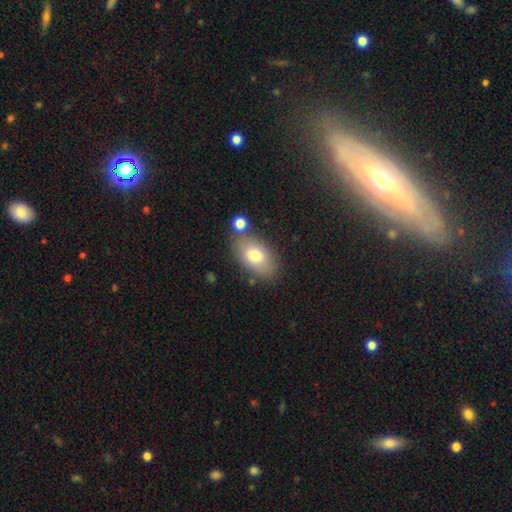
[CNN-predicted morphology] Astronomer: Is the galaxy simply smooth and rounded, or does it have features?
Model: smooth — 76%.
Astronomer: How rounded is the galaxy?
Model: in between — 90%.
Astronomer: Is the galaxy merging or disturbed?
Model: none — 71%.